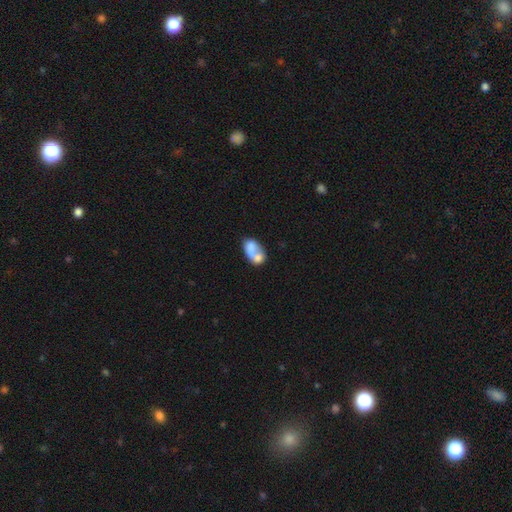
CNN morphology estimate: Smooth or featured: smooth — 65% (featured or disk — 27%)
How rounded: in between — 83% (round — 15%)
Merging: merger — 59% (none — 21%)